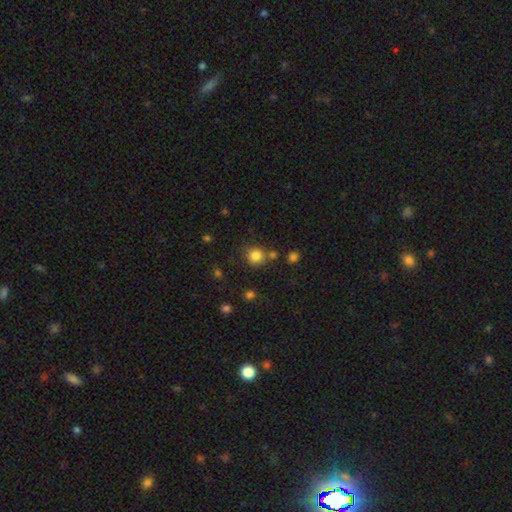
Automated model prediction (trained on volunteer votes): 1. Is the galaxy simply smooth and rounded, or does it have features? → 83% smooth, 12% star or artifact, 5% featured or disk.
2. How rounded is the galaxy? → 90% round, 9% in between, 1% cigar-shaped.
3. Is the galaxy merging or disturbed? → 74% none, 11% merger, 11% minor disturbance, 4% major disturbance.